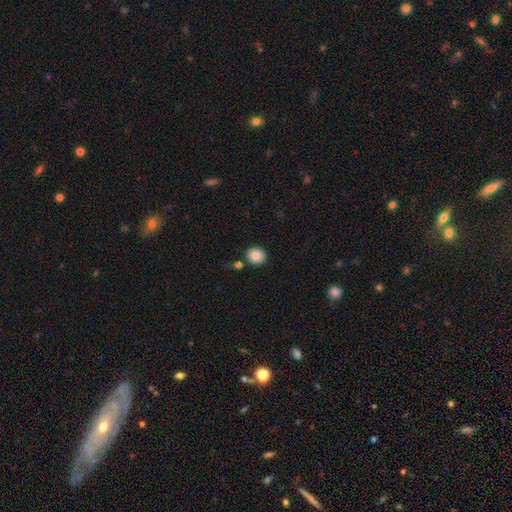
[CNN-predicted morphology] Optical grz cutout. It shows a smooth galaxy with no disk features (85%) that is round (82%). Merging: none (82%).